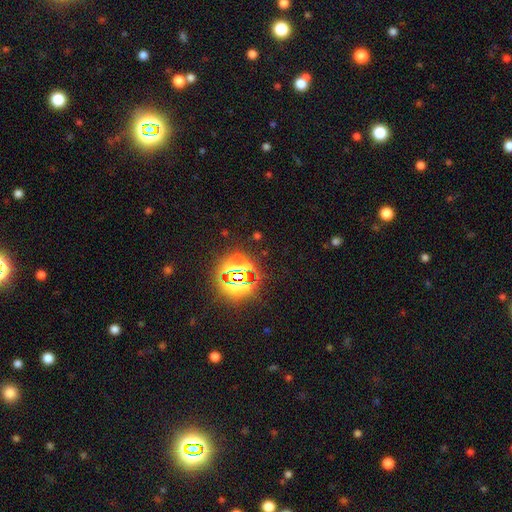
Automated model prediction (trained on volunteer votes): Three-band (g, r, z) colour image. It shows a star or artifact, not a galaxy (81%).